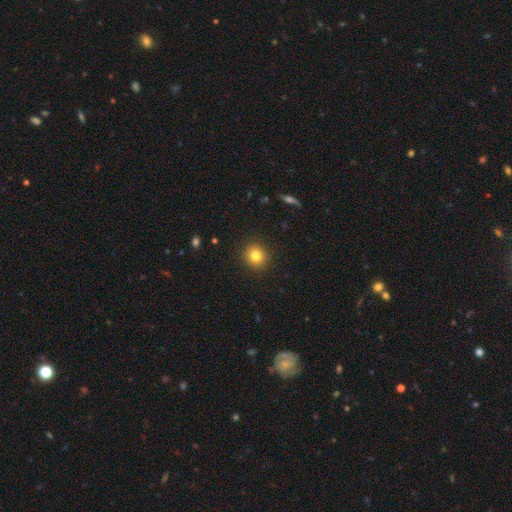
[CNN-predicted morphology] type=smooth (81%); roundness=round (89%); merging=none (91%).